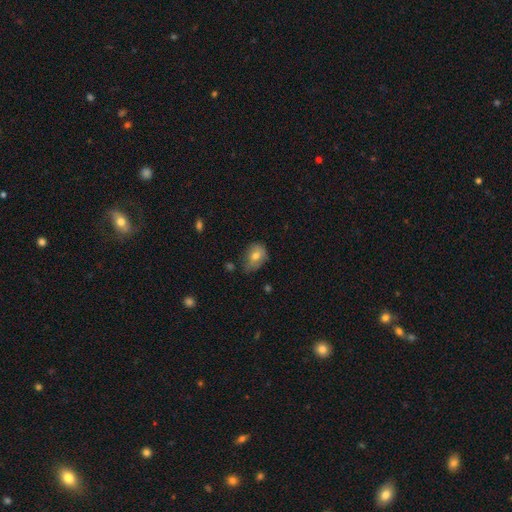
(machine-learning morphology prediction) The model was most divided on "merging": none: 48%, minor disturbance: 38%, major disturbance: 11%, merger: 3%. More confident: smooth or featured — smooth (72%); how rounded — in between (66%).